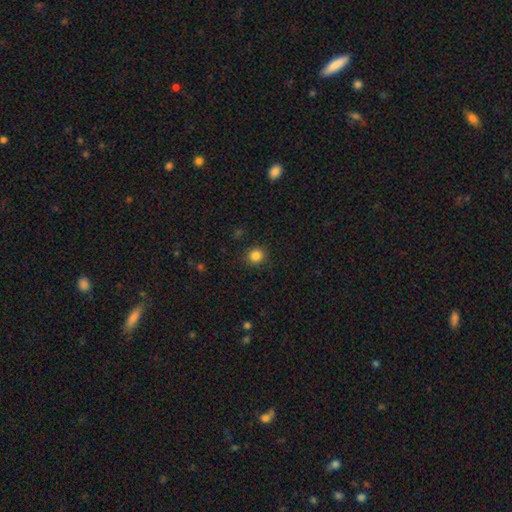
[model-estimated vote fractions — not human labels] A smooth galaxy with no disk features (84%) that is round (89%).

Vote fractions:
- Smooth or featured? smooth: 84% / star or artifact: 12% / featured or disk: 4%
- How rounded? round: 89% / in between: 10% / cigar-shaped: 1%
- Merging? none: 90% / minor disturbance: 7% / major disturbance: 2% / merger: 1%